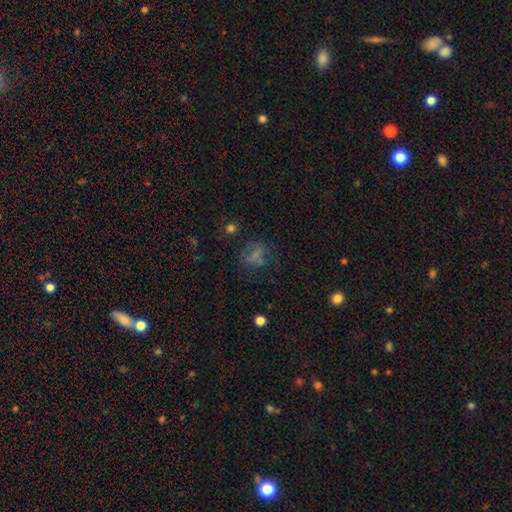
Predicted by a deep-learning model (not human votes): smooth_or_featured: smooth (p=0.52) [alt: featured or disk p=0.25]
how_rounded: round (p=0.56) [alt: in between p=0.41]
merging: none (p=0.55) [alt: major disturbance p=0.20]